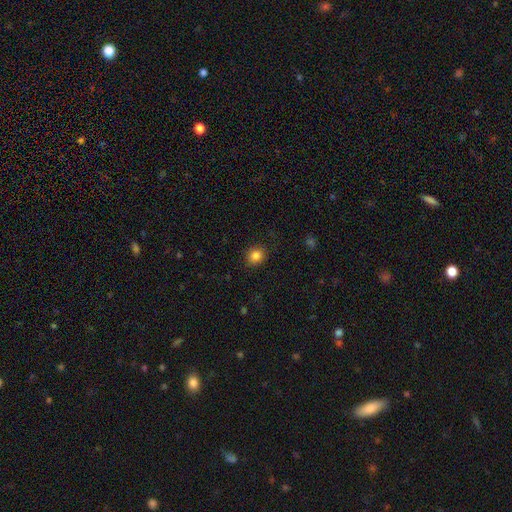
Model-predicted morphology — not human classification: This appears to be a smooth galaxy with no disk features (85%) that is round (73%). Merging: none (87%).